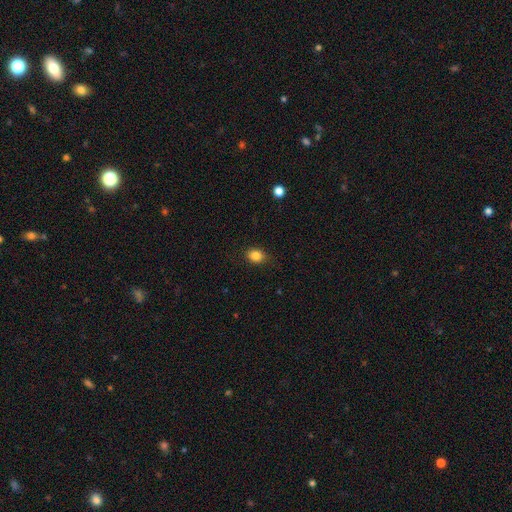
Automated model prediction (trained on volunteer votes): This is clearly a smooth galaxy (84%). How rounded: possibly in between (52%). Merging: clearly none (84%).